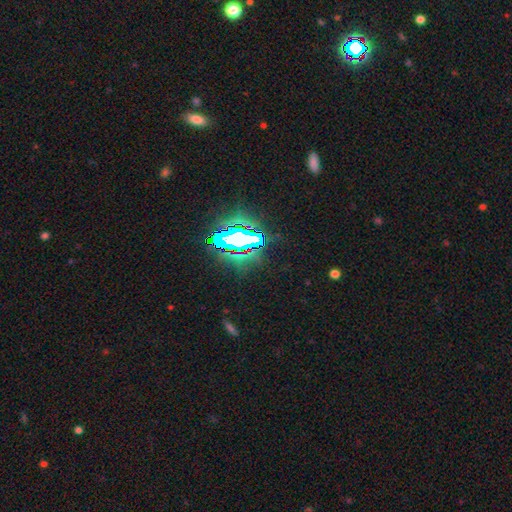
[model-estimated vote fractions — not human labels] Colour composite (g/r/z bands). It shows a star or artifact, not a galaxy (80%).